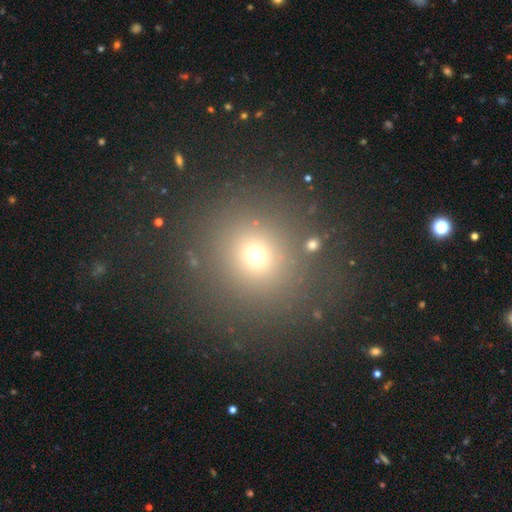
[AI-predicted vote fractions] A smooth galaxy with no disk features (66%) that is round (89%). Merging: none (86%).